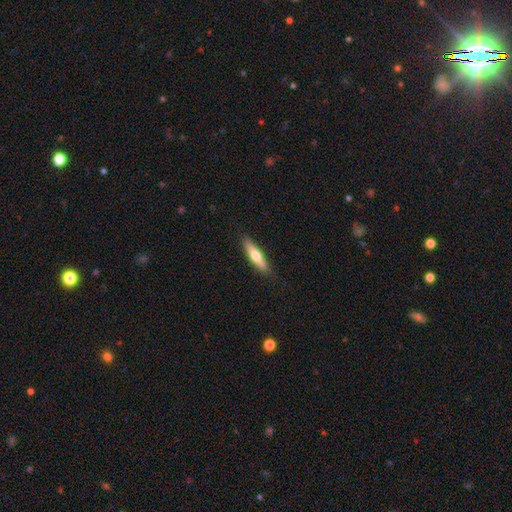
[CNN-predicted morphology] smooth-or-featured: smooth: 56% | featured or disk: 38% | star or artifact: 6%
  how-rounded: cigar-shaped: 75% | in between: 23% | round: 2%
  merging: none: 86% | minor disturbance: 11% | major disturbance: 2% | merger: 1%